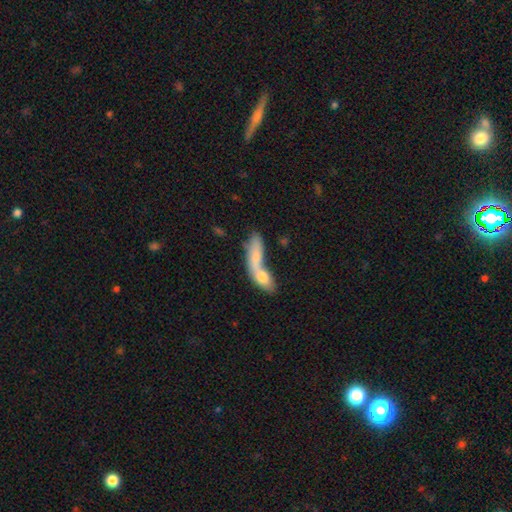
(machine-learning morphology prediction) Smooth or featured: smooth — 70% (featured or disk — 23%)
How rounded: in between — 56% (cigar-shaped — 39%)
Merging: merger — 71% (none — 16%)